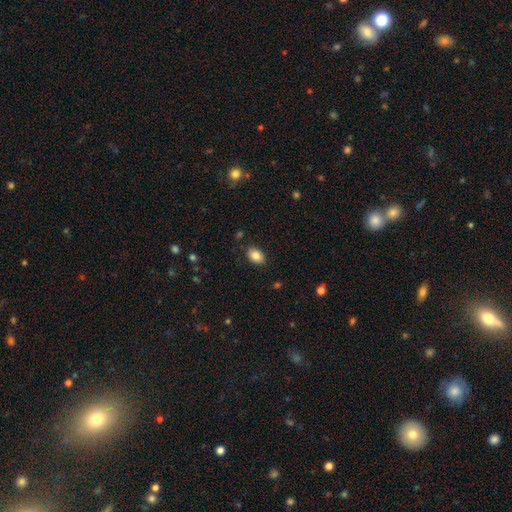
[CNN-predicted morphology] Smooth or featured: smooth — 85% (star or artifact — 8%)
How rounded: in between — 82% (round — 17%)
Merging: none — 85% (minor disturbance — 11%)